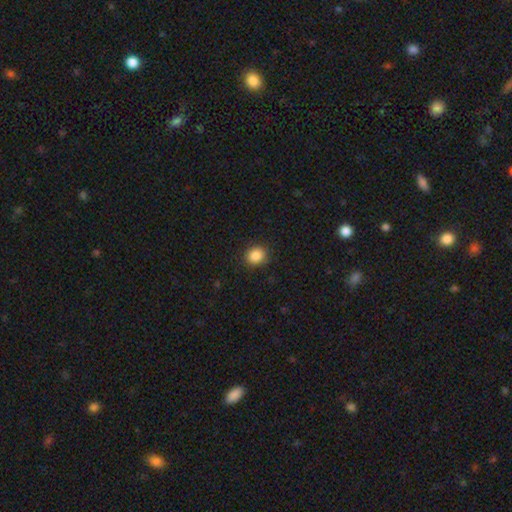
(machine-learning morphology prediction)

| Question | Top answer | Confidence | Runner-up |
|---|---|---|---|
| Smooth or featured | smooth | 87% | star or artifact (10%) |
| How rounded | round | 72% | in between (27%) |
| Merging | none | 86% | minor disturbance (10%) |